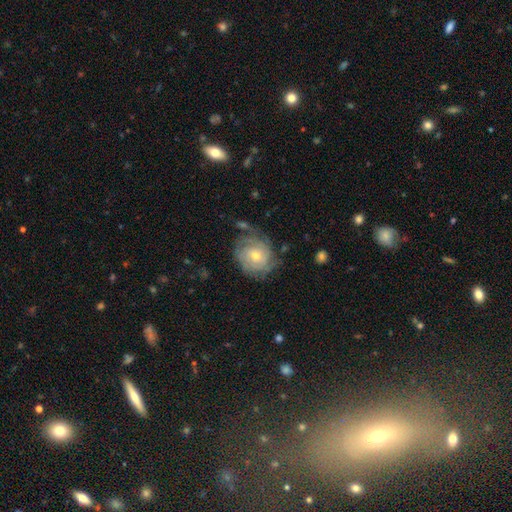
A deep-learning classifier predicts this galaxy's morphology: This is likely a featured or disk galaxy (71%). It is clearly not viewed edge-on (97%). Bar: likely no (72%). Spiral arm pattern: clearly yes (88%). Spiral arm count: possibly can't tell (46%). Spiral winding: likely tight (66%). Central bulge: possibly small (52%). Merging: possibly none (57%).